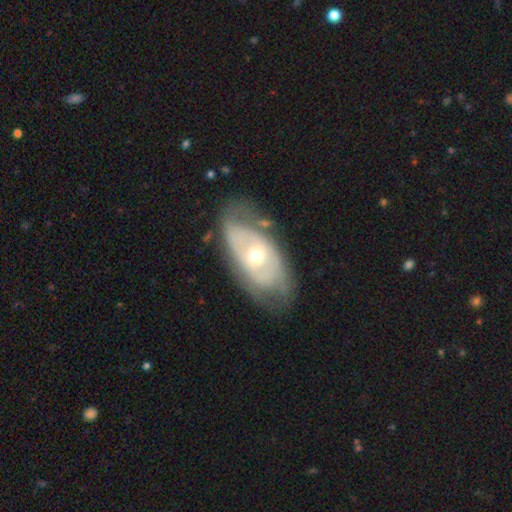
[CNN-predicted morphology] Smooth or featured?
  - featured or disk: 68% *
  - smooth: 26%
  - star or artifact: 6%
Edge-on disk?
  - no: 91% *
  - yes: 9%
Bar?
  - no: 74% *
  - weak: 20%
  - strong: 6%
Spiral arms?
  - yes: 56% *
  - no: 44%
Bulge size?
  - moderate: 59% *
  - small: 36%
  - large: 4%
  - none: 1%
  - dominant: 1%
Merging?
  - none: 65% *
  - minor disturbance: 22%
  - major disturbance: 10%
  - merger: 2%